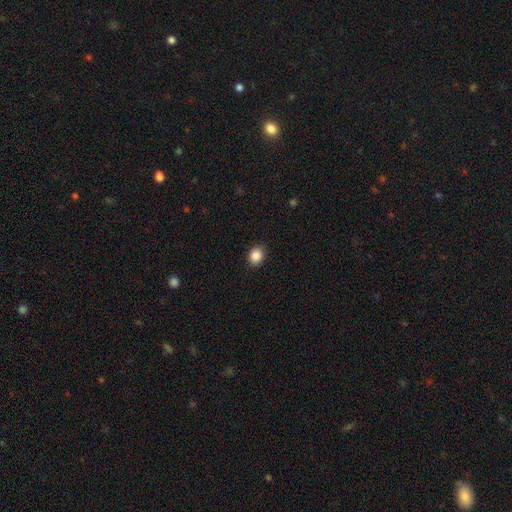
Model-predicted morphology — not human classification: smooth 88%, star or artifact 9%, featured or disk 3%. Down the decision tree: how rounded — round (55%); merging — none (89%).